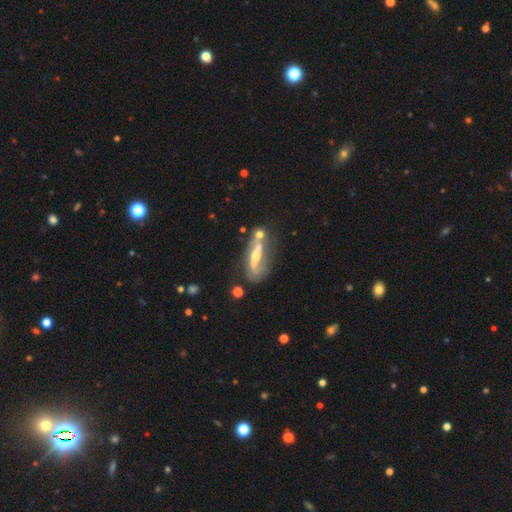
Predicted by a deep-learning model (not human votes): This appears to be a featured or disk galaxy (73%) with a strong bar (45%), spiral arms (76%) and a moderate central bulge (50%). Merging: none (53%).